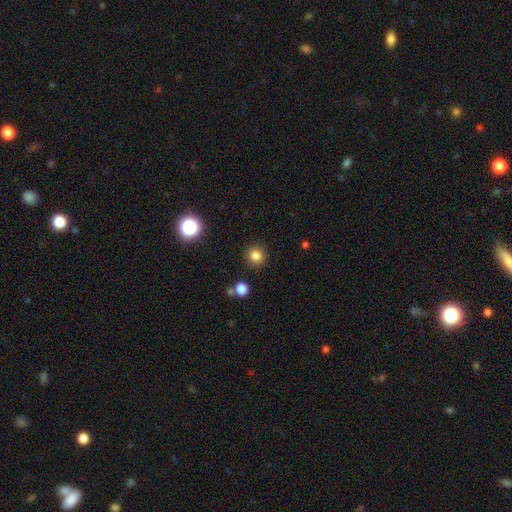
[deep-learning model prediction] Smooth or featured?
  - smooth: 82% *
  - star or artifact: 13%
  - featured or disk: 5%
How rounded?
  - round: 93% *
  - in between: 6%
  - cigar-shaped: 1%
Merging?
  - none: 90% *
  - minor disturbance: 6%
  - major disturbance: 2%
  - merger: 2%